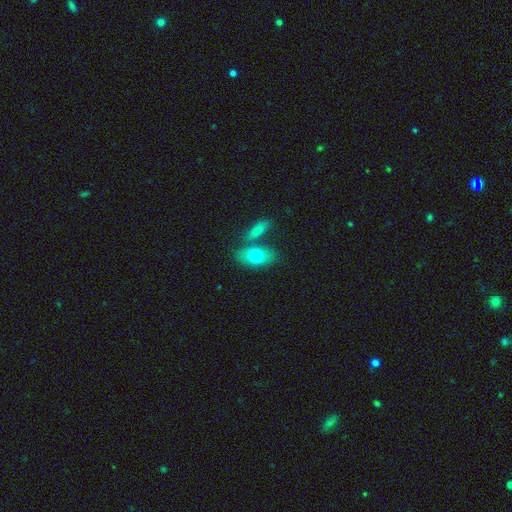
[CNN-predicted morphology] This appears to be a smooth galaxy with no disk features (77%) that is in between round and cigar-shaped (87%). Merging: none (60%).